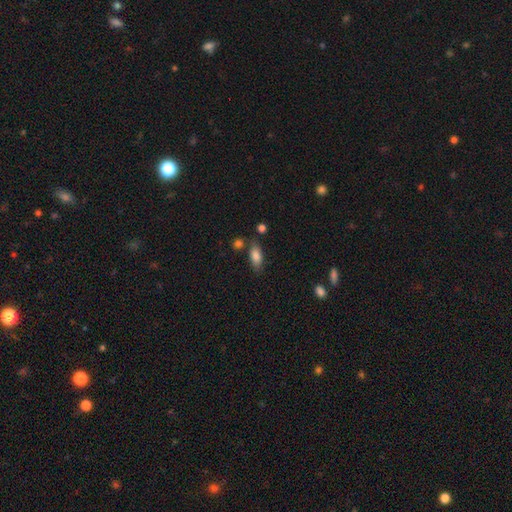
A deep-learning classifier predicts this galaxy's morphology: Overall: smooth (83%). How rounded: in between (82%). Merging: none (69%).